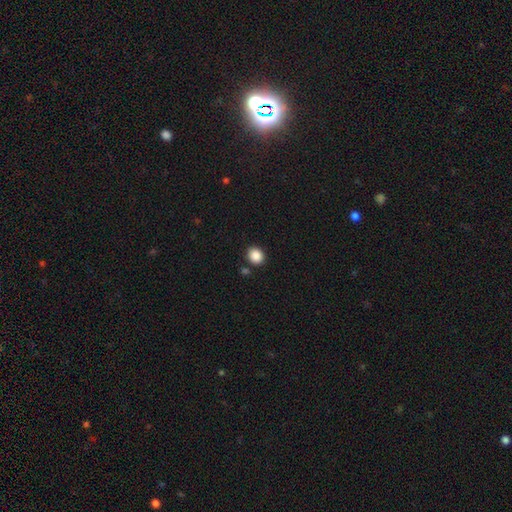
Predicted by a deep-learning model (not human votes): This appears to be a smooth galaxy with no disk features (88%) that is round (63%). Merging: none (84%).